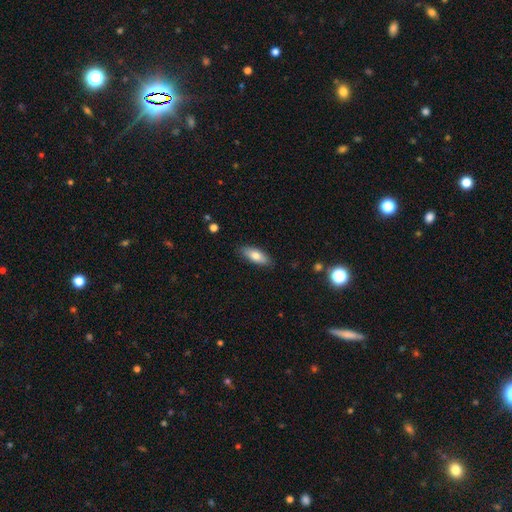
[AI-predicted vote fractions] Smooth or featured?
  - smooth: 77% *
  - featured or disk: 16%
  - star or artifact: 7%
How rounded?
  - in between: 77% *
  - cigar-shaped: 20%
  - round: 2%
Merging?
  - none: 86% *
  - minor disturbance: 11%
  - major disturbance: 2%
  - merger: 1%